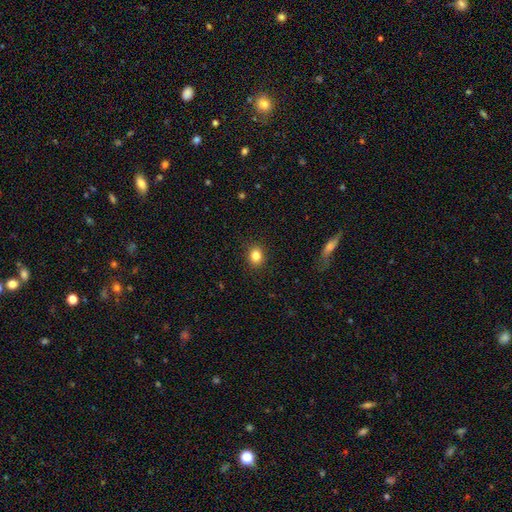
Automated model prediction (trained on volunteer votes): Smooth or featured? smooth (83%)
How rounded? round (69%)
Merging? none (90%)